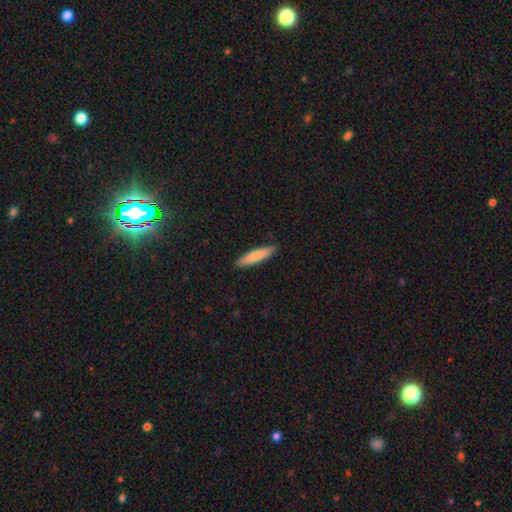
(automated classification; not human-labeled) This appears to be a smooth galaxy with no disk features (80%) that is cigar-shaped (84%). Merging: none (88%).